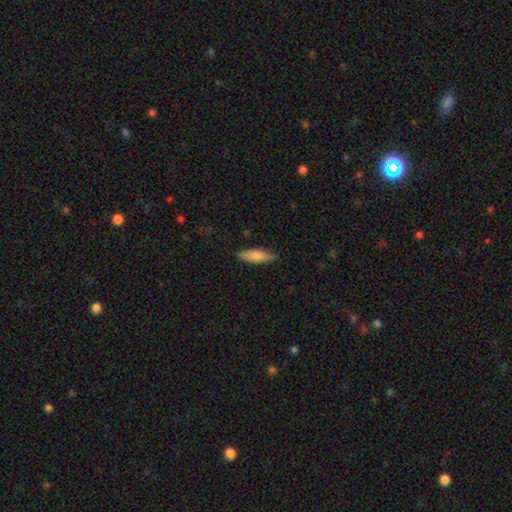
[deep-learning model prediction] The model was most divided on "how rounded": cigar-shaped: 52%, in between: 46%, round: 2%. More confident: merging — none (87%); smooth or featured — smooth (83%).